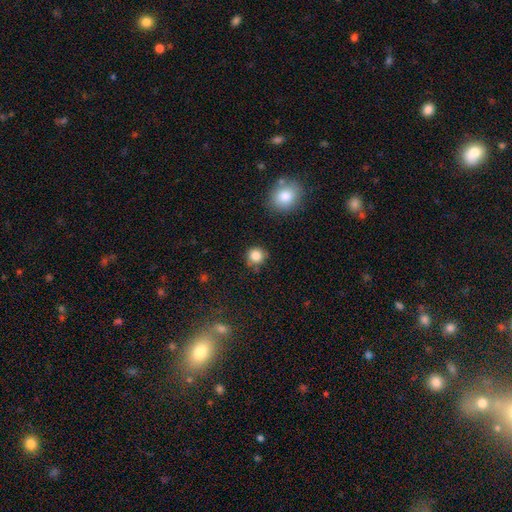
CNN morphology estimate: A smooth galaxy with no disk features (84%) that is round (89%).

Vote fractions:
- Smooth or featured? smooth: 84% / star or artifact: 11% / featured or disk: 5%
- How rounded? round: 89% / in between: 10% / cigar-shaped: 1%
- Merging? none: 79% / minor disturbance: 14% / merger: 4% / major disturbance: 3%